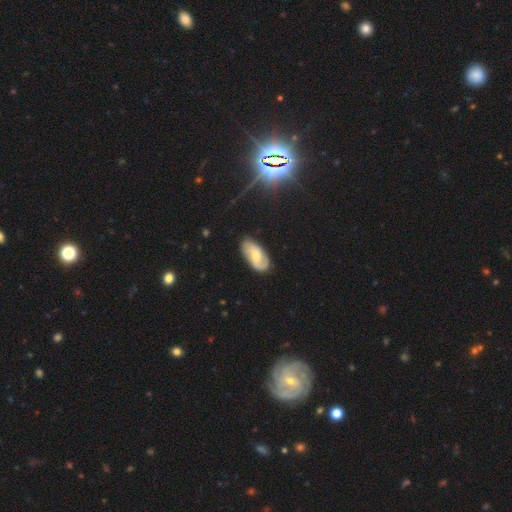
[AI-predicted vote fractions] Smooth or featured? featured or disk (56%)
Edge-on disk? no (94%)
Bar? no (53%)
Spiral arms? yes (85%)
Bulge size? moderate (48%)
Merging? none (77%)